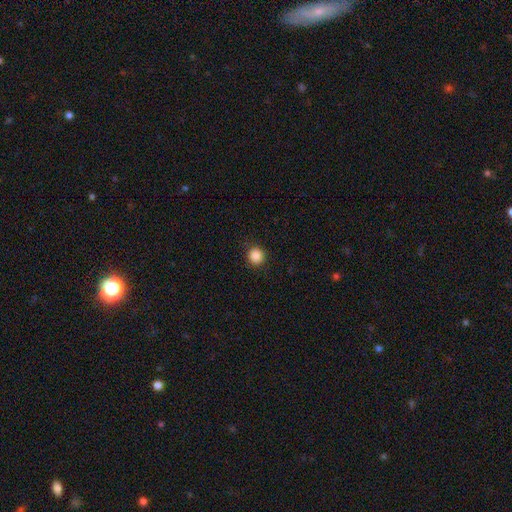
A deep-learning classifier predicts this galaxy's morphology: Smooth or featured? smooth (87%)
How rounded? round (93%)
Merging? none (90%)